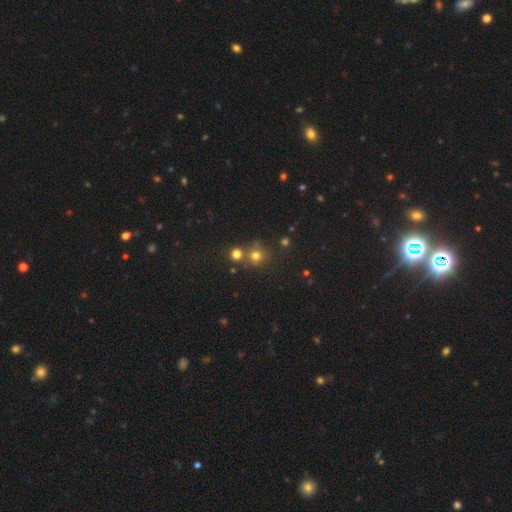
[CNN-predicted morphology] A smooth galaxy with no disk features (69%) that is round (89%). Merging: none (65%).